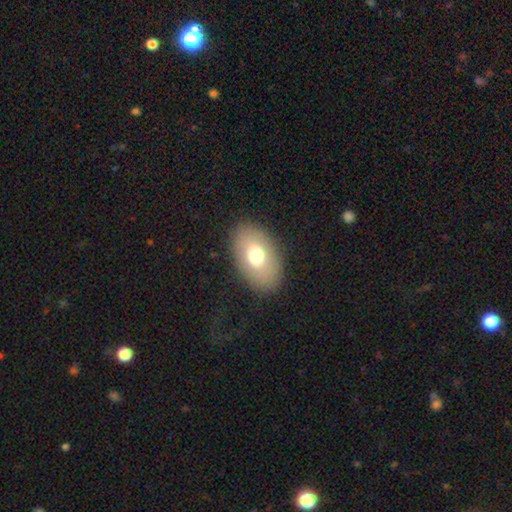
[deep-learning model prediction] smooth-or-featured: smooth: 70% | featured or disk: 21% | star or artifact: 9%
  how-rounded: in between: 88% | round: 10% | cigar-shaped: 1%
  merging: none: 87% | minor disturbance: 9% | major disturbance: 4% | merger: 1%